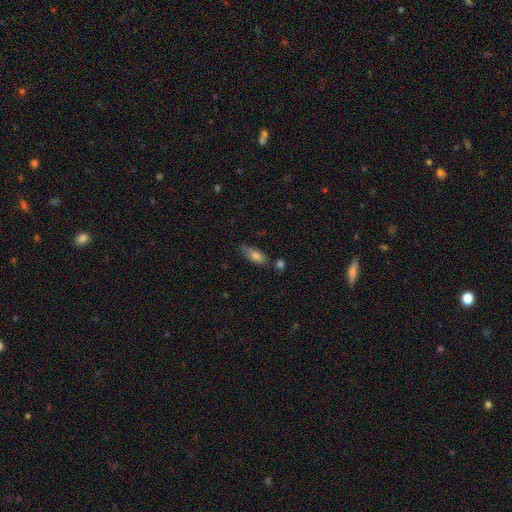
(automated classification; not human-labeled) Smooth or featured? Predicted: smooth (p=0.78). How rounded? Predicted: in between (p=0.72). Merging? Predicted: none (p=0.62).